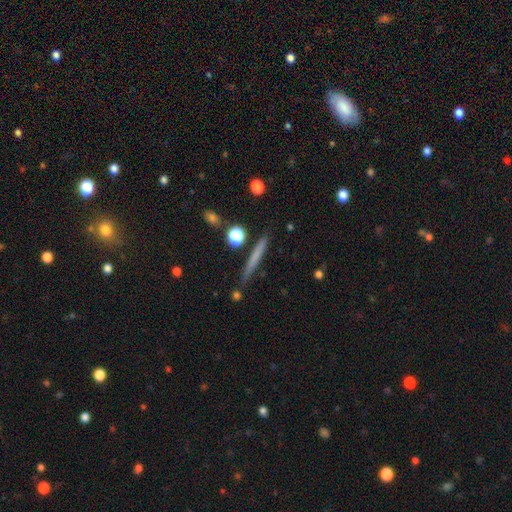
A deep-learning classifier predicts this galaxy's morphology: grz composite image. It shows a smooth galaxy with no disk features (58%) that is cigar-shaped (94%). Merging: none (85%).